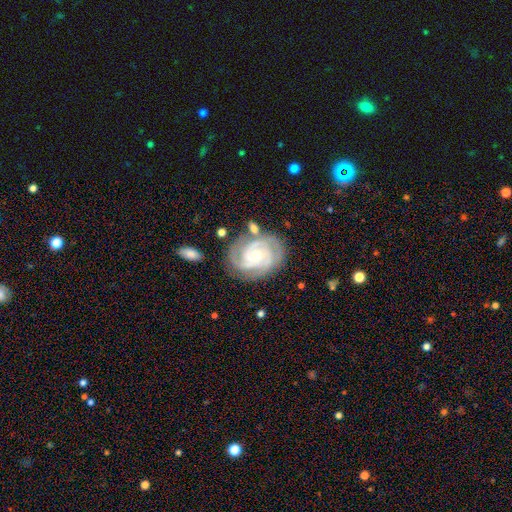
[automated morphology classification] Q: Smooth or featured?
A: featured or disk (88%); runner-up: smooth (7%)
Q: Edge-on disk?
A: no (98%); runner-up: yes (2%)
Q: Bar?
A: no (71%); runner-up: weak (24%)
Q: Spiral arms?
A: yes (97%); runner-up: no (3%)
Q: Spiral winding?
A: tight (65%); runner-up: medium (30%)
Q: Spiral arm count?
A: 3 (43%); runner-up: 2 (24%)
Q: Bulge size?
A: small (60%); runner-up: moderate (37%)
Q: Merging?
A: none (71%); runner-up: minor disturbance (17%)